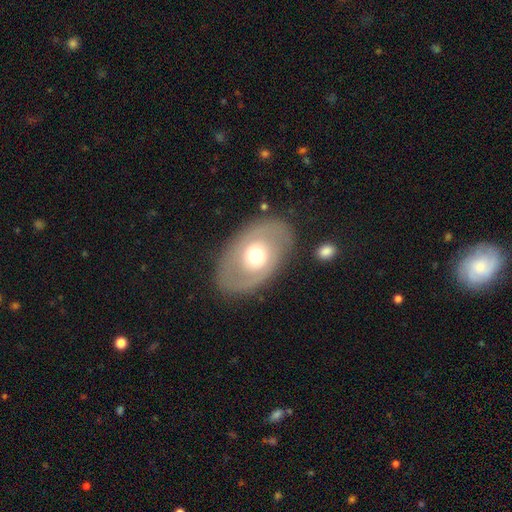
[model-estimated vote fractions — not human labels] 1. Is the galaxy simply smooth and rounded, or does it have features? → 59% featured or disk, 35% smooth, 6% star or artifact.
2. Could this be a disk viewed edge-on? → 91% no, 9% yes.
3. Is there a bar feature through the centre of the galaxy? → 83% no, 13% weak, 4% strong.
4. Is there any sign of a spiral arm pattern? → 66% no, 34% yes.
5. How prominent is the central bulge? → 63% moderate, 24% large, 8% small, 3% dominant, 1% none.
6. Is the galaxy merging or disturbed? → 81% none, 11% minor disturbance, 6% major disturbance, 2% merger.